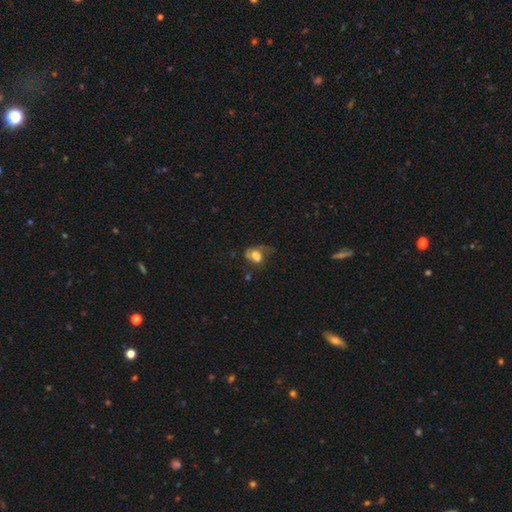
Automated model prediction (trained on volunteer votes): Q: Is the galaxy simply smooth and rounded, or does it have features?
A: smooth — 60%.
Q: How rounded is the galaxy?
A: in between — 80%.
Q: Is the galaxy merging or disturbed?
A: major disturbance — 44%.